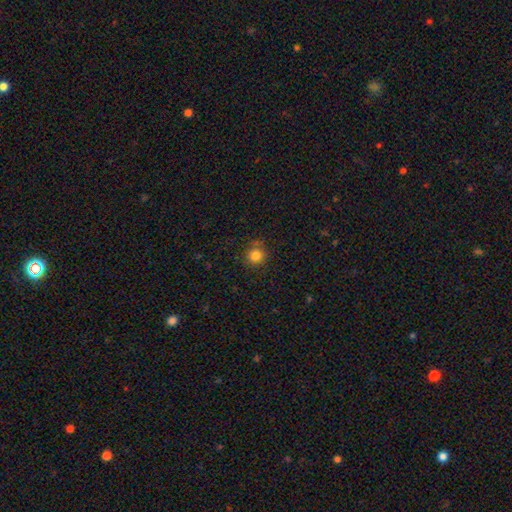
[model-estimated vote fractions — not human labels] A smooth galaxy with no disk features (82%) that is round (91%). Merging: none (82%).